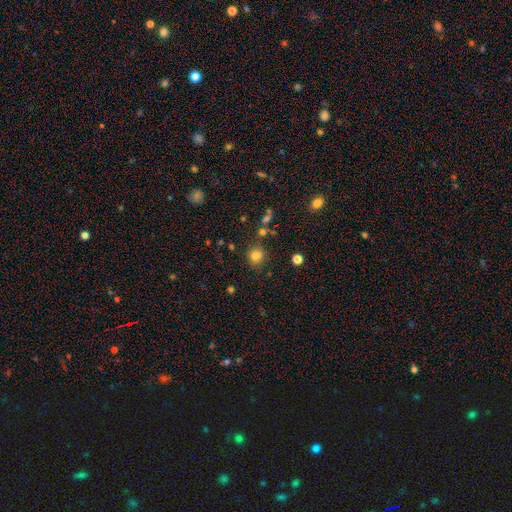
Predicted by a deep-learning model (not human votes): Smooth or featured? Predicted: smooth (p=0.79). How rounded? Predicted: round (p=0.86). Merging? Predicted: none (p=0.82).